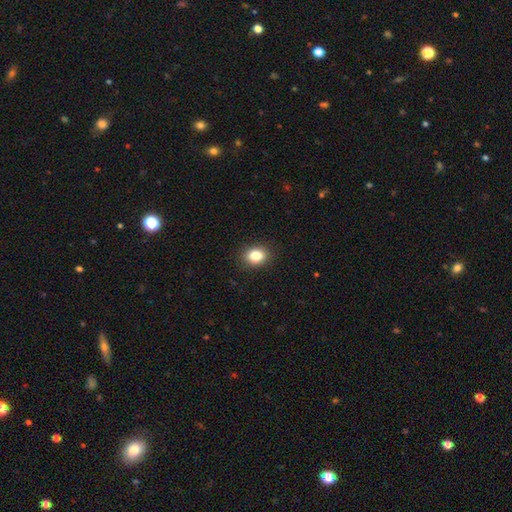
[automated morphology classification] A smooth galaxy with no disk features (84%) that is in between round and cigar-shaped (62%). Merging: none (89%).